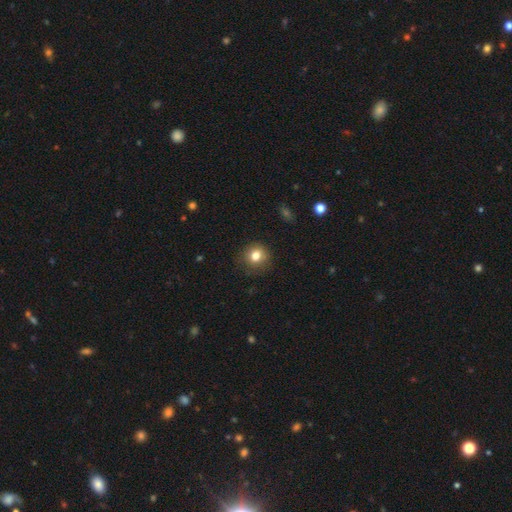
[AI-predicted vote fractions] This is likely a smooth galaxy (80%). How rounded: clearly round (85%). Merging: clearly none (83%).